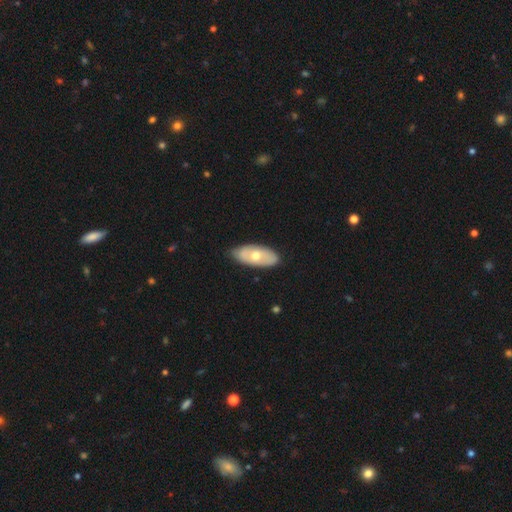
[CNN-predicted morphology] Smooth or featured?
  - smooth: 53% *
  - featured or disk: 42%
  - star or artifact: 5%
How rounded?
  - in between: 89% *
  - cigar-shaped: 8%
  - round: 3%
Merging?
  - none: 80% *
  - minor disturbance: 16%
  - major disturbance: 3%
  - merger: 1%